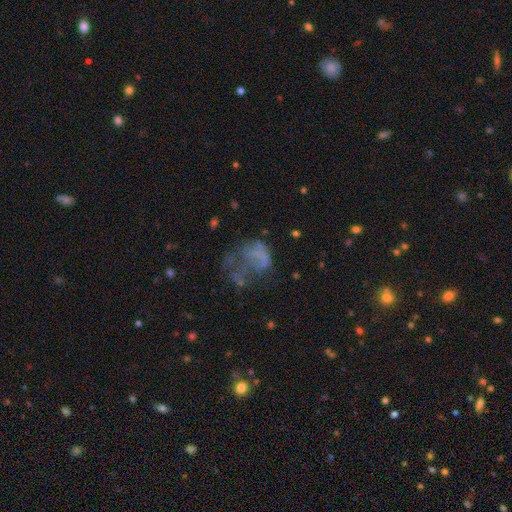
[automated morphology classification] The model was most divided on "smooth or featured": featured or disk: 45%, smooth: 35%, star or artifact: 20%. Remaining: merging — major disturbance (47%).